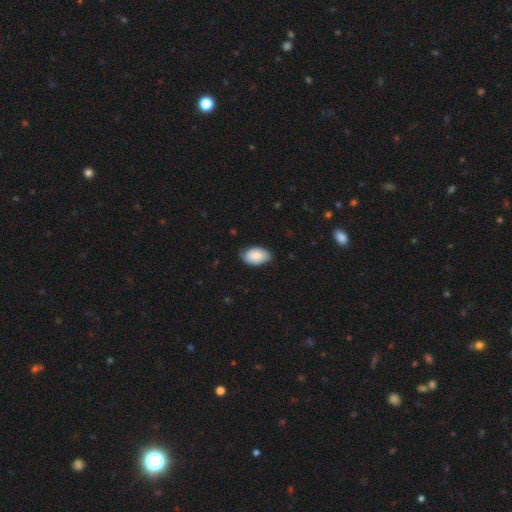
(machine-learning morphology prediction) Smooth or featured?
  - smooth: 84% *
  - featured or disk: 10%
  - star or artifact: 6%
How rounded?
  - in between: 93% *
  - round: 6%
  - cigar-shaped: 1%
Merging?
  - none: 72% *
  - minor disturbance: 24%
  - major disturbance: 3%
  - merger: 1%